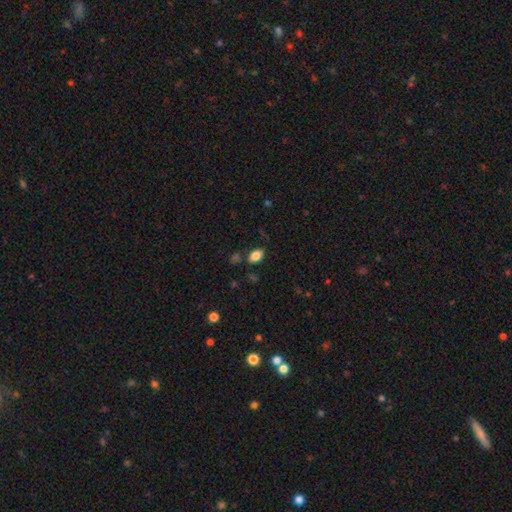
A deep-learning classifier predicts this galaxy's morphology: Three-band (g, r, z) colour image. It shows a smooth galaxy with no disk features (82%) that is in between round and cigar-shaped (88%). Merging: none (77%).